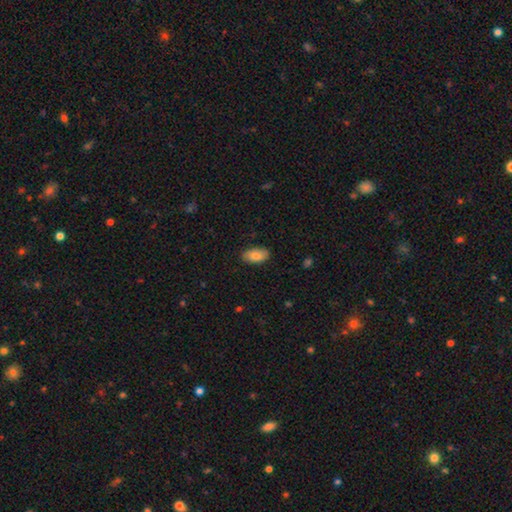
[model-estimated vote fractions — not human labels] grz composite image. It shows a smooth galaxy with no disk features (84%) that is in between round and cigar-shaped (93%). Merging: none (87%).